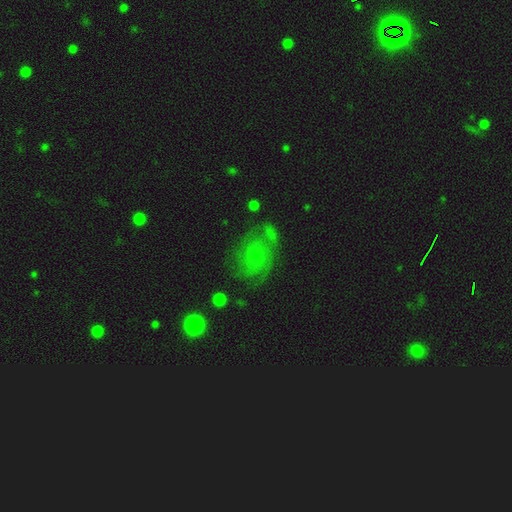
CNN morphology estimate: Q: Smooth or featured?
A: featured or disk (48%); runner-up: smooth (35%)
Q: Merging?
A: none (57%); runner-up: minor disturbance (22%)